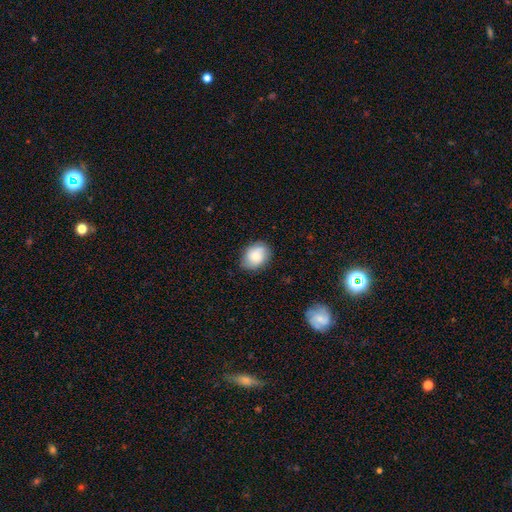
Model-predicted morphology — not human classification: Smooth or featured?
  - smooth: 80% *
  - featured or disk: 12%
  - star or artifact: 7%
How rounded?
  - in between: 64% *
  - round: 35%
  - cigar-shaped: 1%
Merging?
  - none: 81% *
  - minor disturbance: 15%
  - major disturbance: 3%
  - merger: 1%